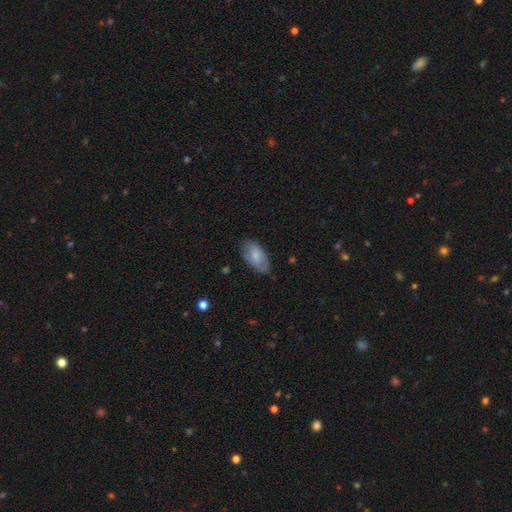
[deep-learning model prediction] This appears to be a smooth galaxy with no disk features (77%) that is in between round and cigar-shaped (93%). Merging: none (75%).